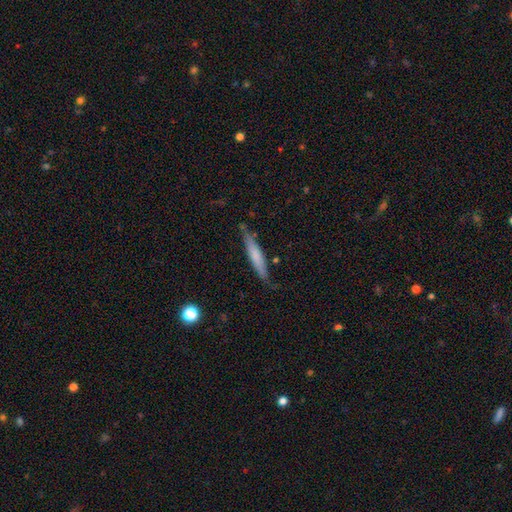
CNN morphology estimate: type=smooth (63%); roundness=cigar-shaped (92%); merging=none (78%).